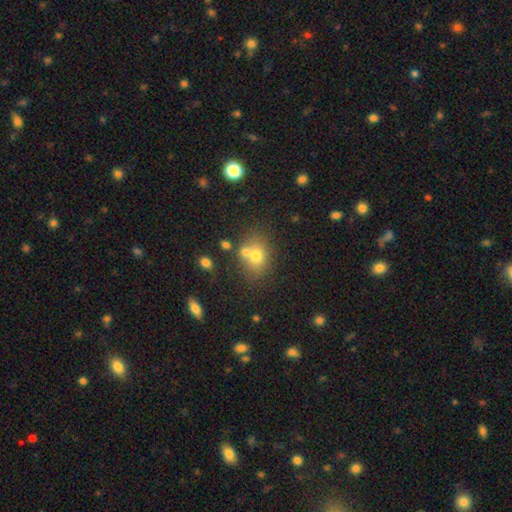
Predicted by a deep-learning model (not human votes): Q: Smooth or featured?
A: smooth (69%); runner-up: featured or disk (17%)
Q: How rounded?
A: round (50%); runner-up: in between (49%)
Q: Merging?
A: none (54%); runner-up: merger (29%)